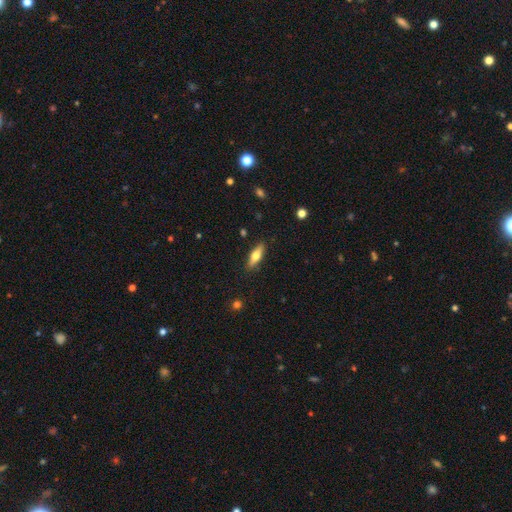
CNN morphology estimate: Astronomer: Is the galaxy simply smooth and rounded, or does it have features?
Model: smooth — 58% (runner-up: featured or disk, 36%).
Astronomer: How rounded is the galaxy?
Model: cigar-shaped — 50% (runner-up: in between, 48%).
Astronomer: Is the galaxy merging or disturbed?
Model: none — 88%.